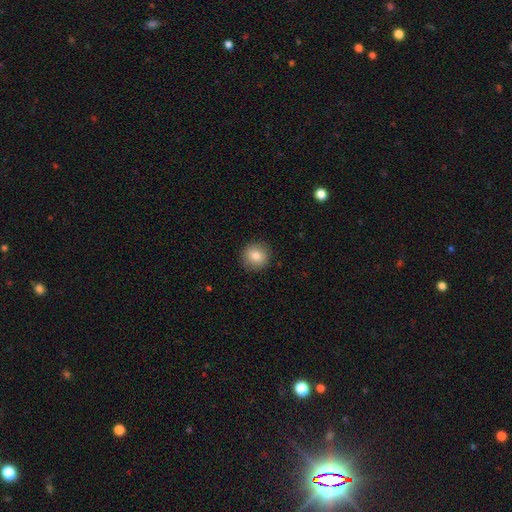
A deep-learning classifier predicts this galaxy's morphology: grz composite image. It shows a smooth galaxy with no disk features (83%) that is round (93%). Merging: none (91%).